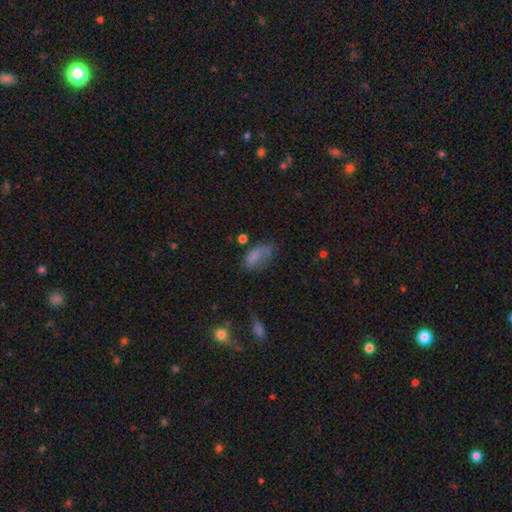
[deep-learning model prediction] Smooth or featured? smooth (71%)
How rounded? in between (88%)
Merging? none (39%)